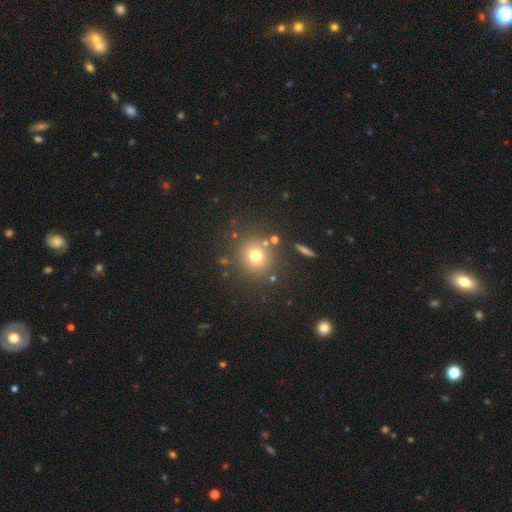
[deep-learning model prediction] Morphology: type=smooth (73%); roundness=round (87%); merging=none (83%).